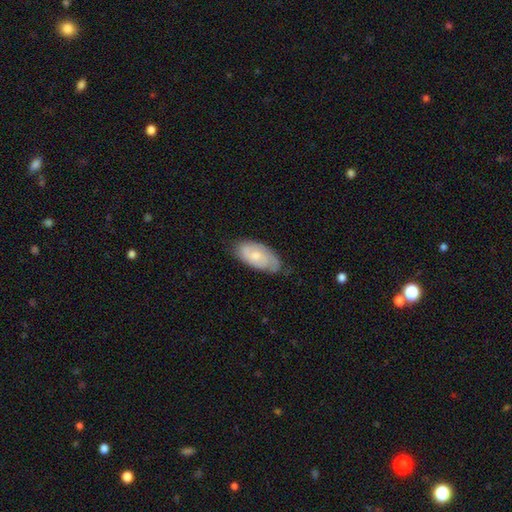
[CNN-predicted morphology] Smooth or featured? Predicted: smooth (p=0.48). Merging? Predicted: none (p=0.65).